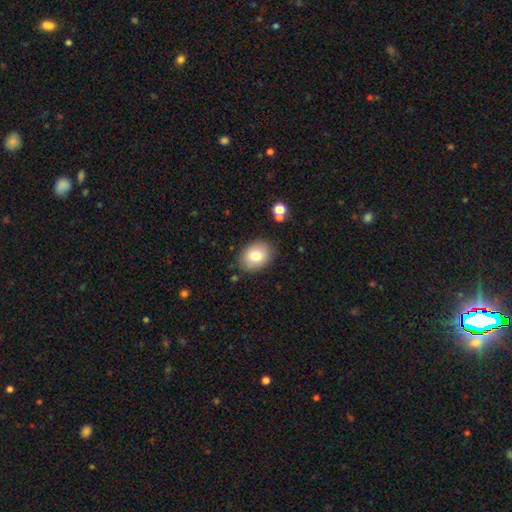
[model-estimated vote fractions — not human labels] Overall: smooth (79%). How rounded: in between (65%; round 35%). Merging: none (84%).